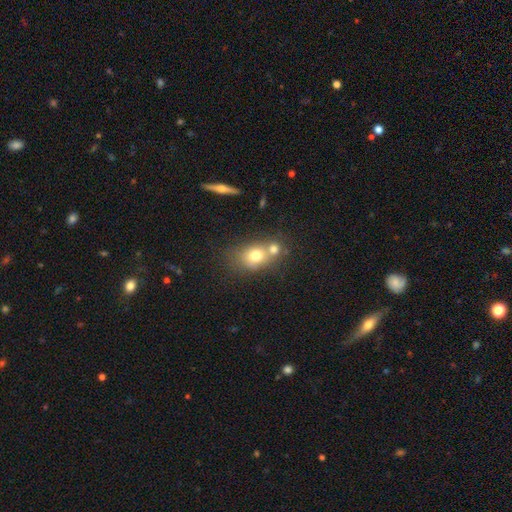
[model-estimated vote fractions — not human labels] Q: Smooth or featured?
A: smooth (72%); runner-up: featured or disk (17%)
Q: How rounded?
A: round (51%); runner-up: in between (47%)
Q: Merging?
A: merger (50%); runner-up: none (37%)